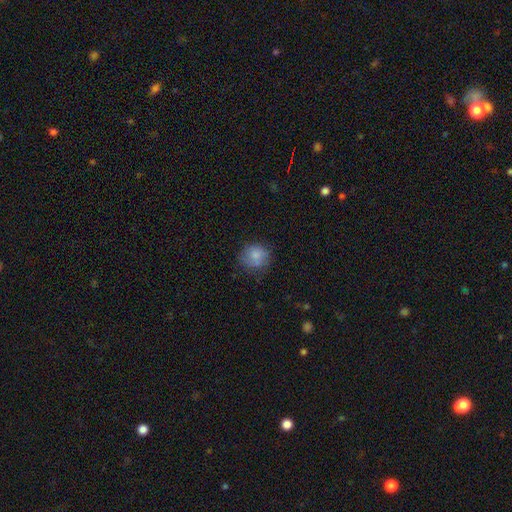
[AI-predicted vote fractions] This appears to be a smooth galaxy with no disk features (80%) that is round (79%). Merging: none (68%).